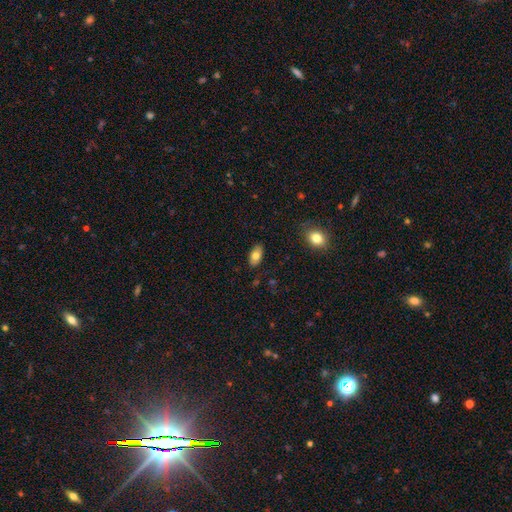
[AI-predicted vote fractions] smooth-or-featured: smooth: 77% | featured or disk: 15% | star or artifact: 7%
  how-rounded: in between: 93% | round: 4% | cigar-shaped: 3%
  merging: none: 86% | minor disturbance: 11% | major disturbance: 2% | merger: 1%